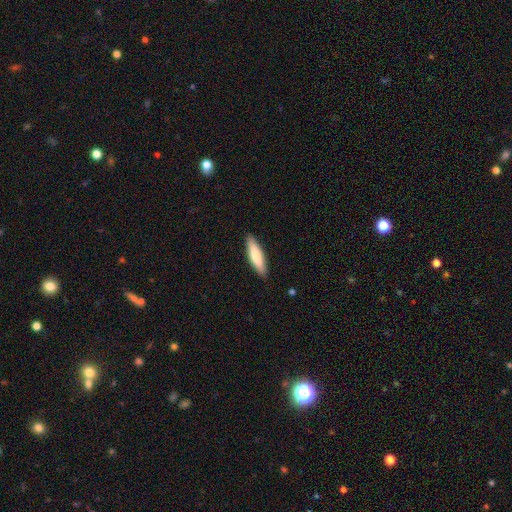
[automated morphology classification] smooth-or-featured: smooth: 77% | featured or disk: 18% | star or artifact: 5%
  how-rounded: cigar-shaped: 71% | in between: 28% | round: 1%
  merging: none: 89% | minor disturbance: 8% | major disturbance: 2% | merger: 1%